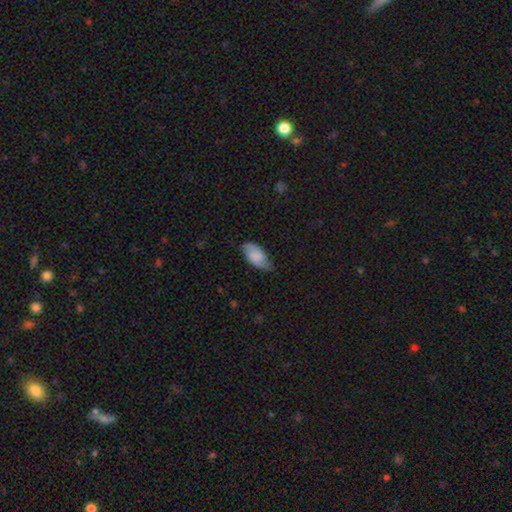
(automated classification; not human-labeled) Smooth or featured: smooth — 62% (featured or disk — 31%)
How rounded: in between — 93% (cigar-shaped — 4%)
Merging: none — 71% (minor disturbance — 24%)